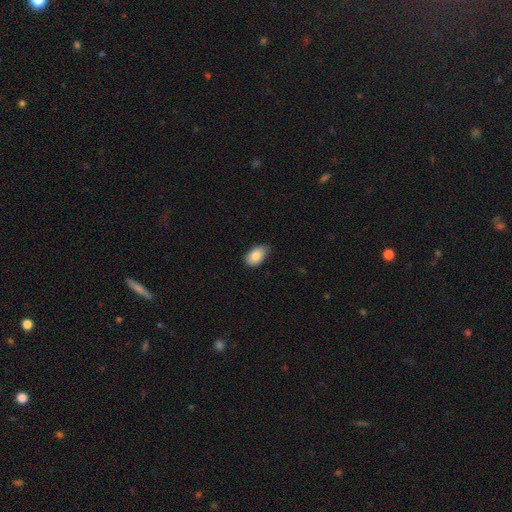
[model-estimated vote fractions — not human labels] Overall: smooth (85%). How rounded: in between (91%). Merging: none (66%; minor disturbance 29%).